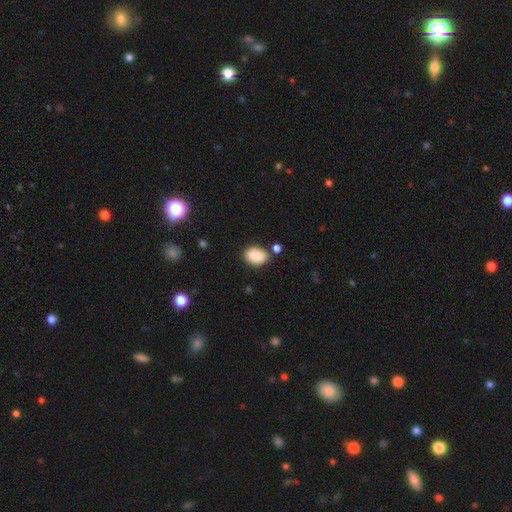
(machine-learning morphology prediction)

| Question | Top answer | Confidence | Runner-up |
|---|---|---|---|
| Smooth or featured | smooth | 86% | star or artifact (8%) |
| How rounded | in between | 81% | round (18%) |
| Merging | none | 74% | minor disturbance (14%) |